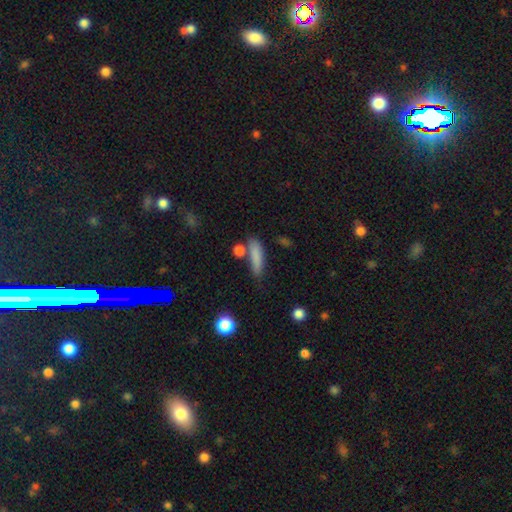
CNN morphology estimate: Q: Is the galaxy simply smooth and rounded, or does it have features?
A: smooth — 82%.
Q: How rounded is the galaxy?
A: cigar-shaped — 63%.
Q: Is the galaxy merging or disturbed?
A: none — 61%.